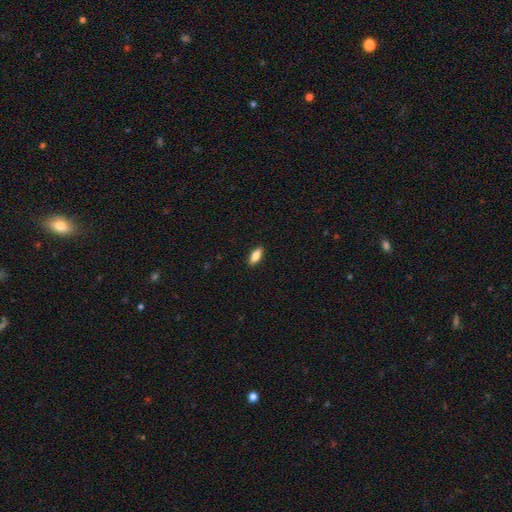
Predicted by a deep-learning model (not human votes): Overall: smooth (81%). How rounded: in between (79%). Merging: none (90%).